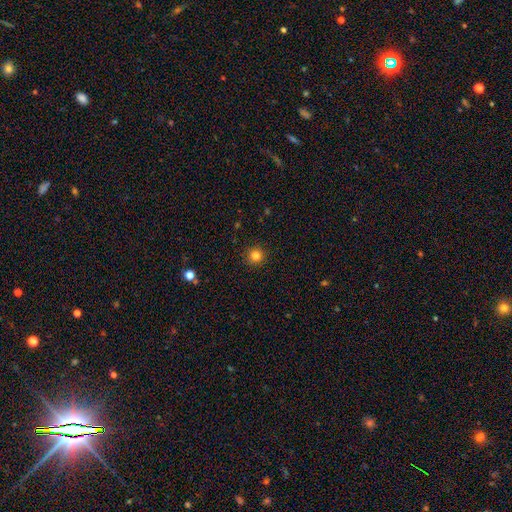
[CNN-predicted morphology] Smooth or featured: smooth — 82% (star or artifact — 13%)
How rounded: round — 95% (in between — 4%)
Merging: none — 92% (minor disturbance — 5%)